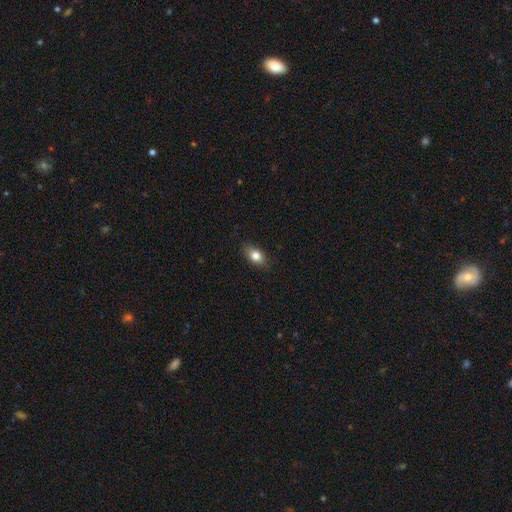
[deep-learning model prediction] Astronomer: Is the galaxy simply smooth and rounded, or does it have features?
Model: smooth — 81%.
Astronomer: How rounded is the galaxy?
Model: in between — 82%.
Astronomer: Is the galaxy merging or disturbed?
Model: none — 84%.